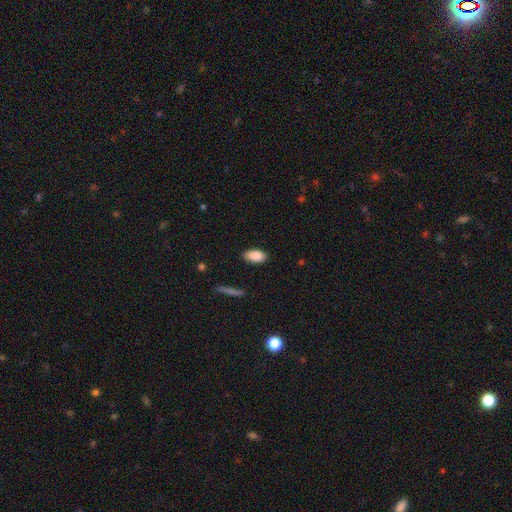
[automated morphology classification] A smooth galaxy with no disk features (88%) that is in between round and cigar-shaped (92%).

Vote fractions:
- Smooth or featured? smooth: 88% / star or artifact: 7% / featured or disk: 5%
- How rounded? in between: 92% / cigar-shaped: 5% / round: 3%
- Merging? none: 84% / minor disturbance: 12% / major disturbance: 2% / merger: 1%